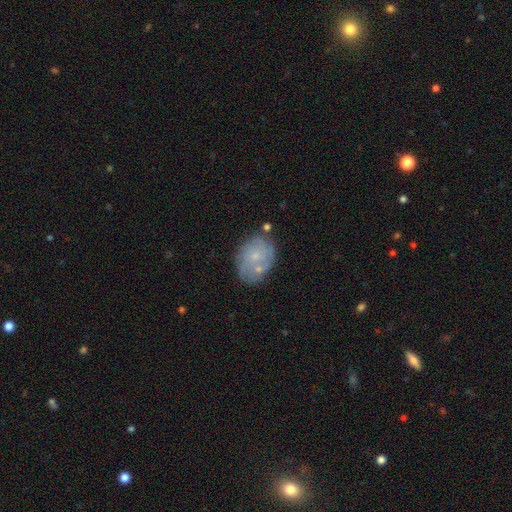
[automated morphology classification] Smooth or featured: smooth — 49% (featured or disk — 43%)
Merging: none — 60% (minor disturbance — 22%)